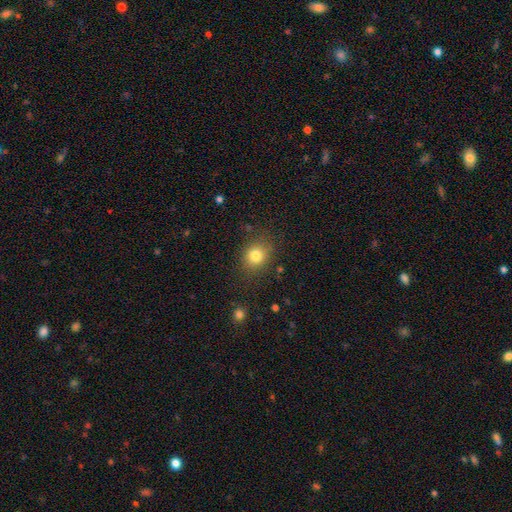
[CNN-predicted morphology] The model was most divided on "how rounded": round: 66%, in between: 33%, cigar-shaped: 1%. More confident: merging — none (82%); smooth or featured — smooth (80%).